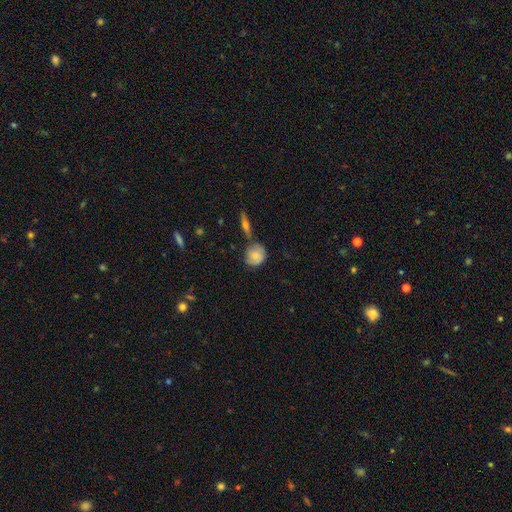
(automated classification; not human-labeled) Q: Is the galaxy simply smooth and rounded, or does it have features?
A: smooth — 66%.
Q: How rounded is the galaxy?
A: round — 81%.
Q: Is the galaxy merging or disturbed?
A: none — 63%.